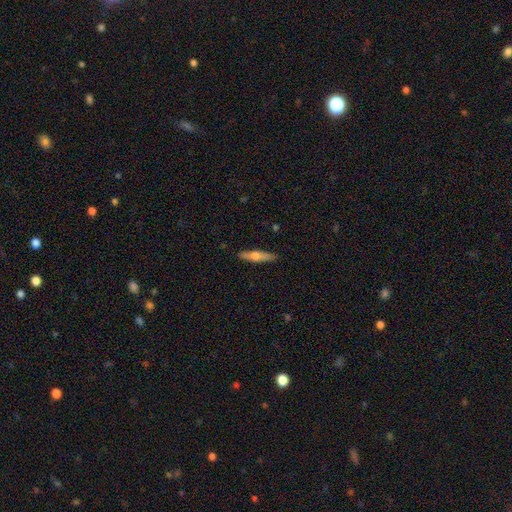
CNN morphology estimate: Smooth or featured? smooth (49%)
Merging? none (90%)